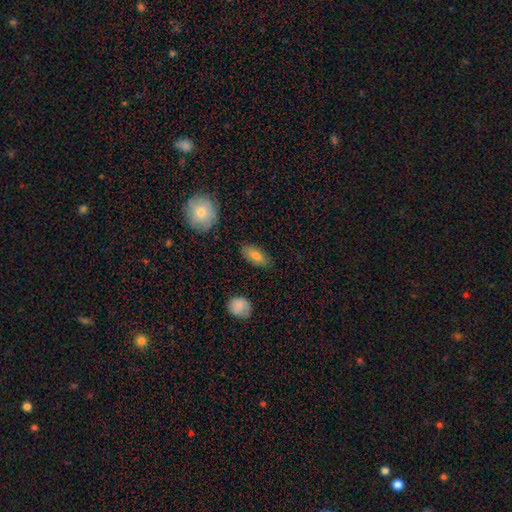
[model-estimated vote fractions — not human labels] smooth_or_featured: smooth (p=0.73) [alt: featured or disk p=0.19]
how_rounded: in between (p=0.83) [alt: cigar-shaped p=0.13]
merging: none (p=0.83) [alt: minor disturbance p=0.12]